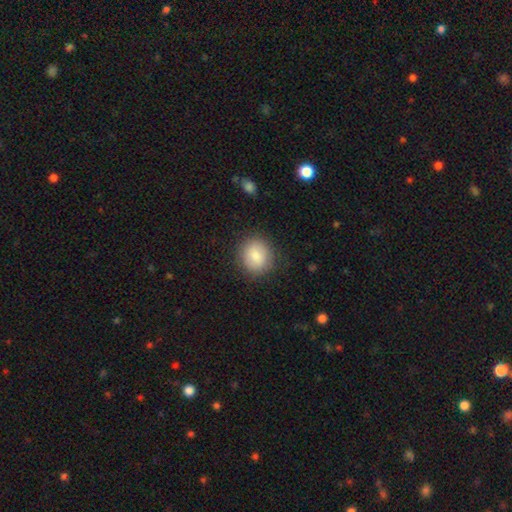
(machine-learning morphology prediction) Q: Smooth or featured?
A: smooth (86%); runner-up: star or artifact (7%)
Q: How rounded?
A: round (80%); runner-up: in between (20%)
Q: Merging?
A: none (85%); runner-up: minor disturbance (10%)